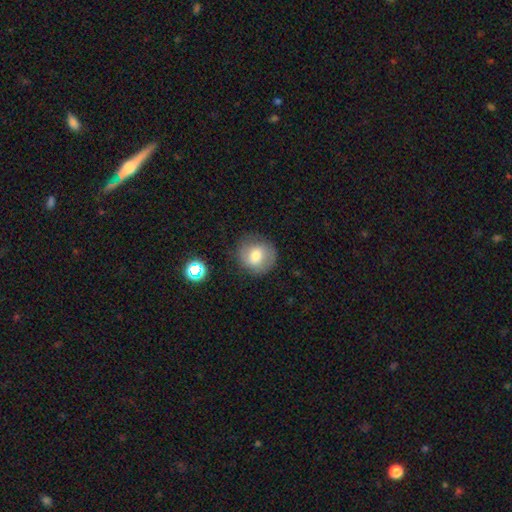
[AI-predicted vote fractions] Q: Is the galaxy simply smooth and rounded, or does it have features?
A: smooth — 68%.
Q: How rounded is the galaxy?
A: round — 86%.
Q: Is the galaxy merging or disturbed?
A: none — 78%.